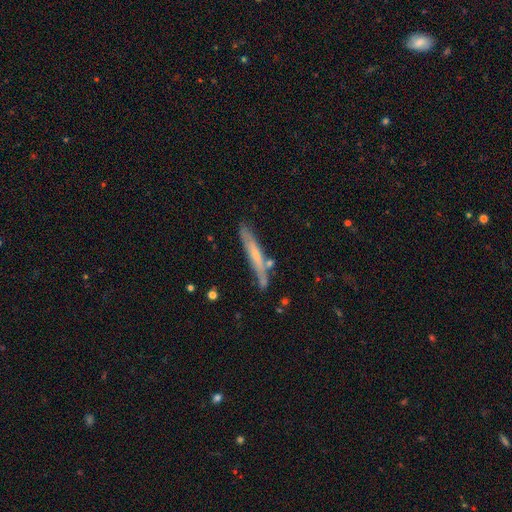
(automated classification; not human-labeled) A featured or disk galaxy (47%, tied with smooth). Merging: none (74%).